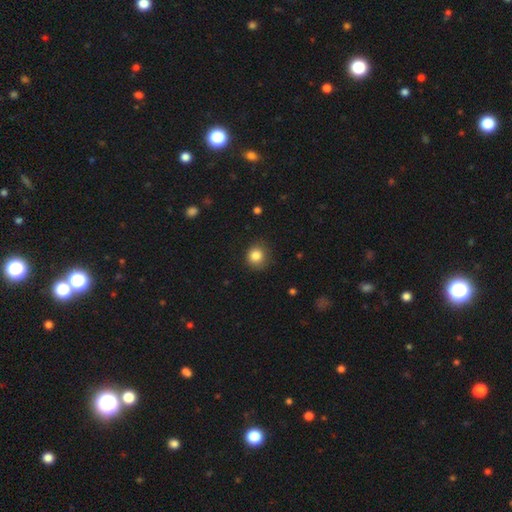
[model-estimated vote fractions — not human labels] smooth 84%, star or artifact 11%, featured or disk 5%. Down the decision tree: how rounded — round (87%); merging — none (81%).